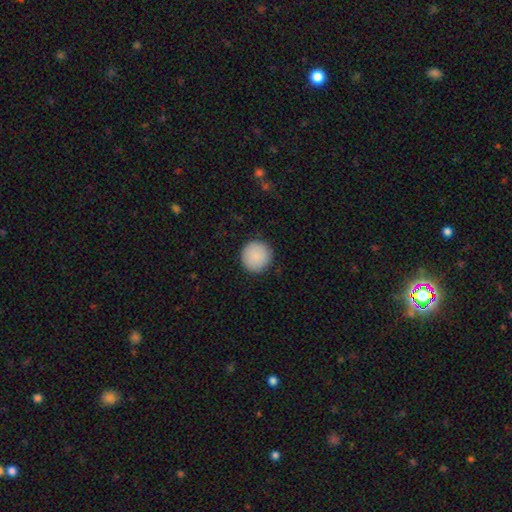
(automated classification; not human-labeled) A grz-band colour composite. It shows a smooth galaxy with no disk features (89%) that is round (95%). Merging: none (91%).